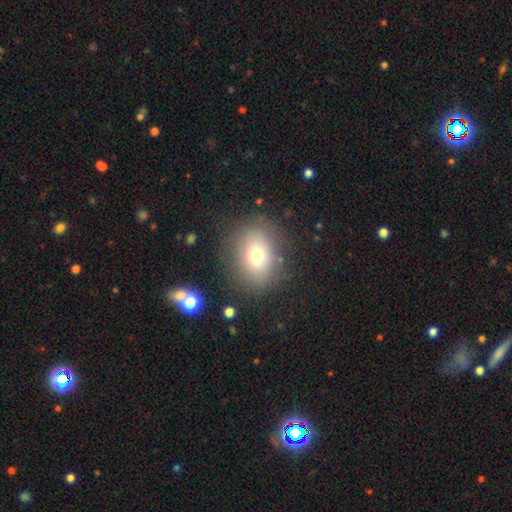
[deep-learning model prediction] This appears to be a smooth galaxy with no disk features (71%) that is in between round and cigar-shaped (50%). Merging: none (80%).